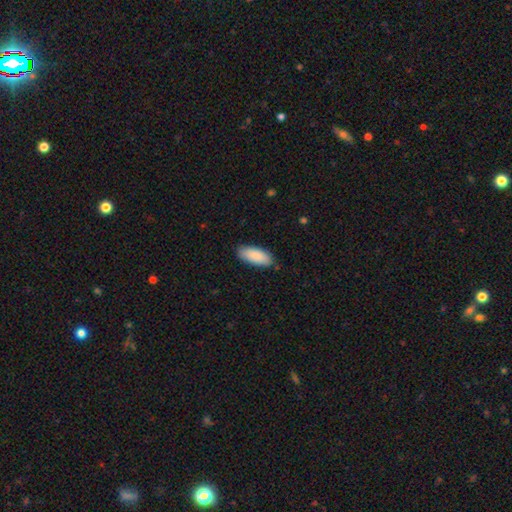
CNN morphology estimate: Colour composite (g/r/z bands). It shows a smooth galaxy with no disk features (90%) that is in between round and cigar-shaped (83%). Merging: none (85%).